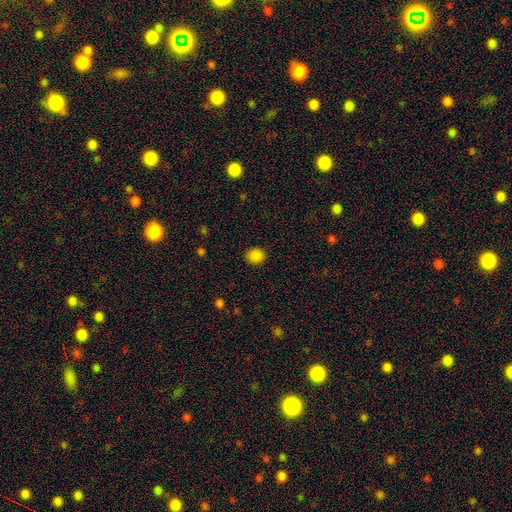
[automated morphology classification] Smooth or featured? Predicted: smooth (p=0.86). How rounded? Predicted: round (p=0.77). Merging? Predicted: none (p=0.90).